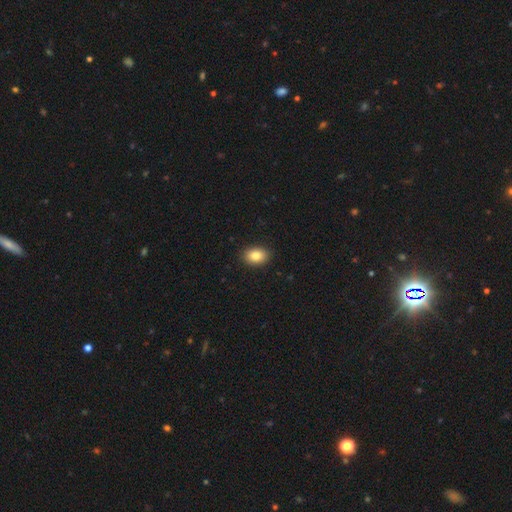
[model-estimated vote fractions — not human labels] Q: Smooth or featured?
A: smooth (84%); runner-up: star or artifact (9%)
Q: How rounded?
A: in between (77%); runner-up: round (22%)
Q: Merging?
A: none (90%); runner-up: minor disturbance (7%)